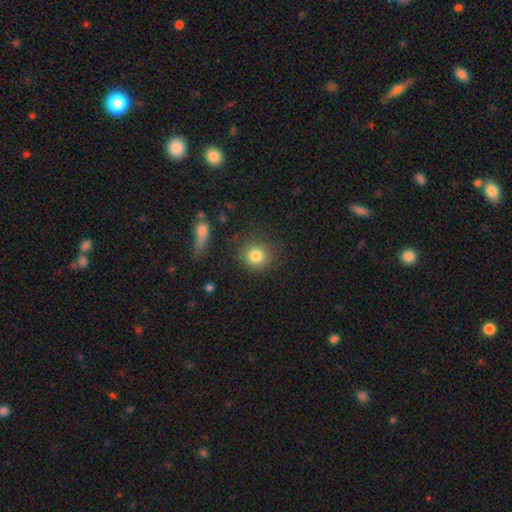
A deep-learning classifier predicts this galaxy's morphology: type=smooth (83%); roundness=round (87%); merging=none (83%).